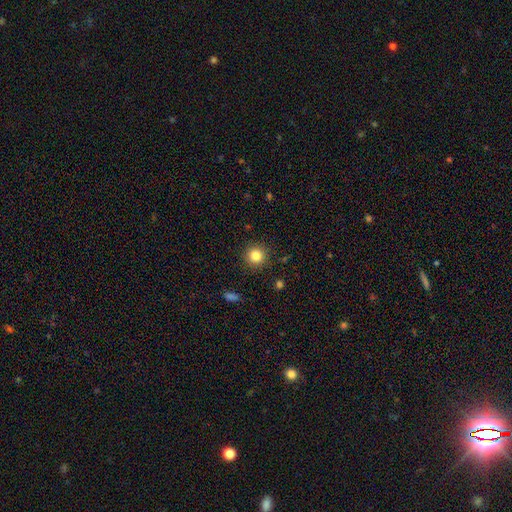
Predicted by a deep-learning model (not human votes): Smooth or featured: smooth — 83% (star or artifact — 11%)
How rounded: round — 95% (in between — 4%)
Merging: none — 91% (minor disturbance — 6%)